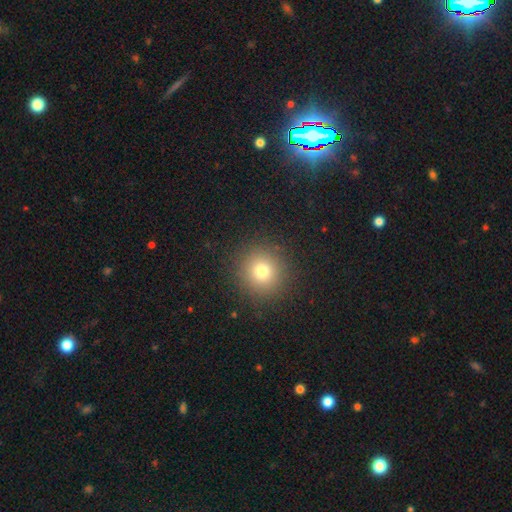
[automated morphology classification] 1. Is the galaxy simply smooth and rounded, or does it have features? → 52% smooth, 38% star or artifact, 10% featured or disk.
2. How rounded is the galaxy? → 95% round, 4% in between, 1% cigar-shaped.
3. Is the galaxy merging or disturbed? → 92% none, 5% minor disturbance, 2% major disturbance, 1% merger.